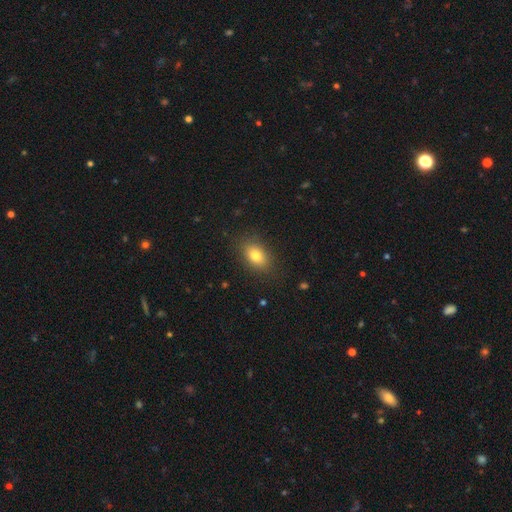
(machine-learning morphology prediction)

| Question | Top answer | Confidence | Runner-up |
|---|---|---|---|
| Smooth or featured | smooth | 79% | featured or disk (11%) |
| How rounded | in between | 82% | round (16%) |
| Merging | none | 85% | minor disturbance (10%) |